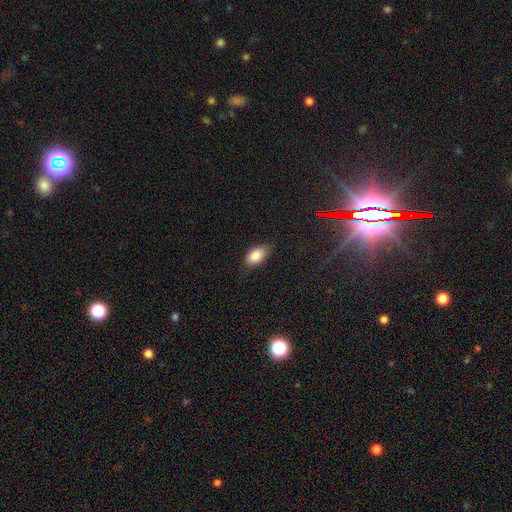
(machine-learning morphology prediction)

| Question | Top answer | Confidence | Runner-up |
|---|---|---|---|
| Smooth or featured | smooth | 85% | star or artifact (8%) |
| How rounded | in between | 91% | round (6%) |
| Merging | none | 72% | minor disturbance (22%) |